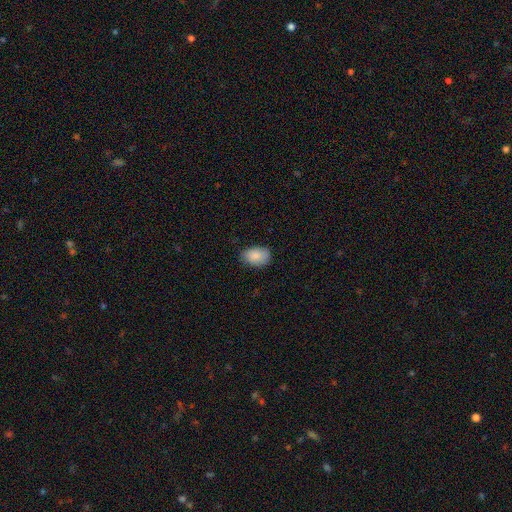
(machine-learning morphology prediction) A smooth galaxy with no disk features (87%) that is in between round and cigar-shaped (85%). Merging: none (78%).